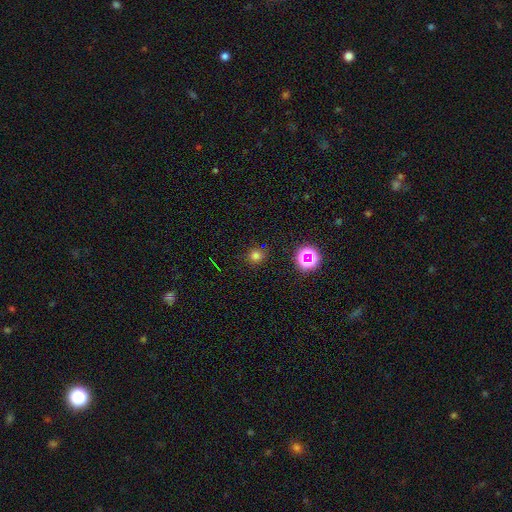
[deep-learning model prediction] Smooth or featured? smooth (71%)
How rounded? round (91%)
Merging? none (87%)